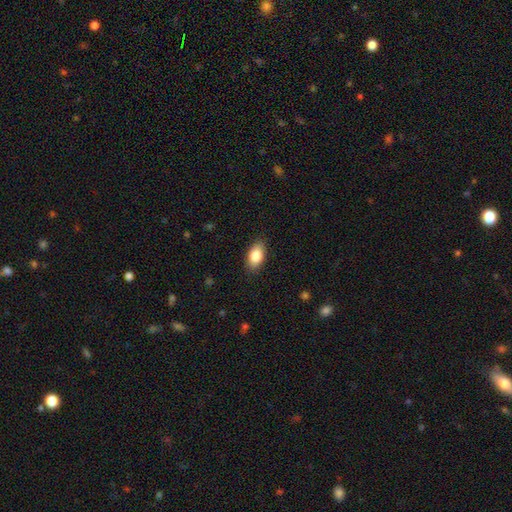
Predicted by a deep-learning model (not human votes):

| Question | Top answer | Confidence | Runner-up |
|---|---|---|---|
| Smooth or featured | smooth | 86% | featured or disk (7%) |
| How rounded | in between | 92% | round (5%) |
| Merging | none | 87% | minor disturbance (10%) |